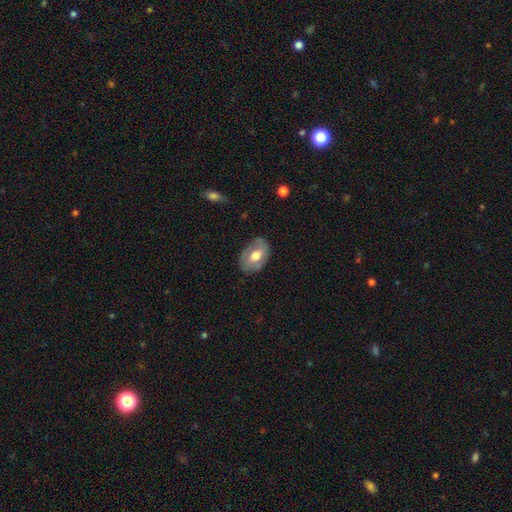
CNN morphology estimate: smooth_or_featured: smooth (p=0.53) [alt: featured or disk p=0.41]
how_rounded: in between (p=0.83) [alt: round p=0.16]
merging: none (p=0.73) [alt: minor disturbance p=0.20]